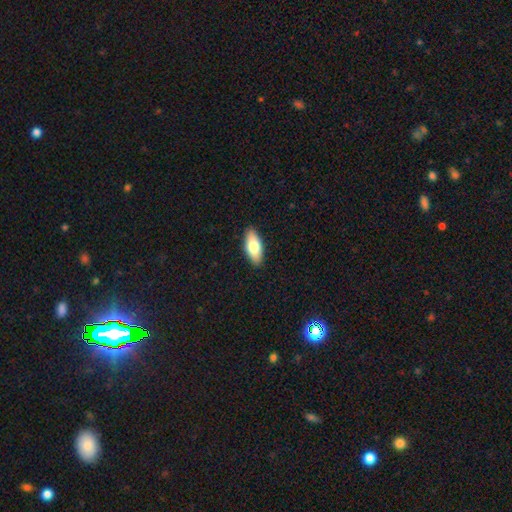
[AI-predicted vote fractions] Smooth or featured? smooth (65%)
How rounded? in between (78%)
Merging? none (90%)